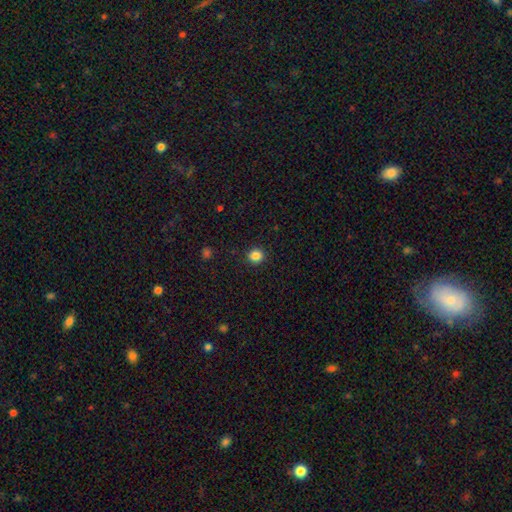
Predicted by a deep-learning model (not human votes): Smooth or featured? smooth (85%)
How rounded? round (88%)
Merging? none (91%)